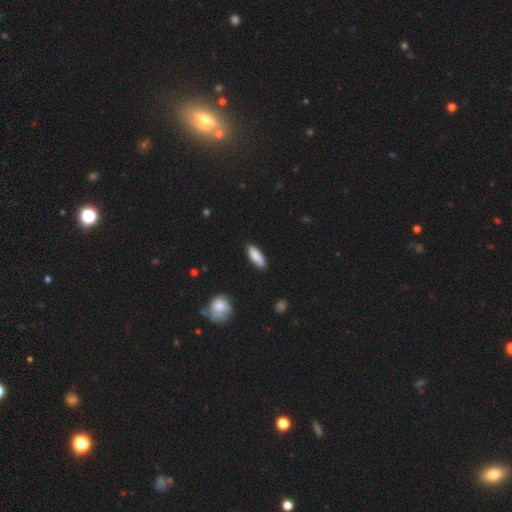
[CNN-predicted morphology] A smooth galaxy with no disk features (87%) that is in between round and cigar-shaped (64%). Merging: none (84%).